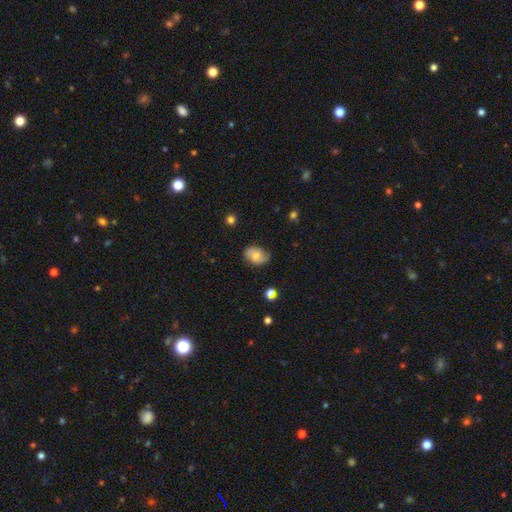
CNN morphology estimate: Smooth or featured? smooth (47%)
Merging? none (69%)